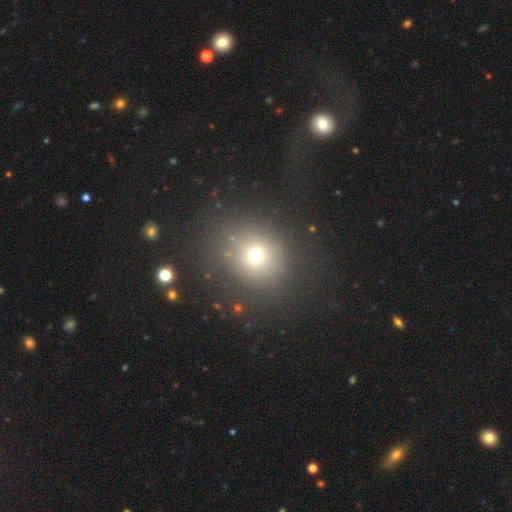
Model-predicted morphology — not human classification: smooth 67%, star or artifact 21%, featured or disk 12%. Down the decision tree: how rounded — round (82%); merging — none (79%).